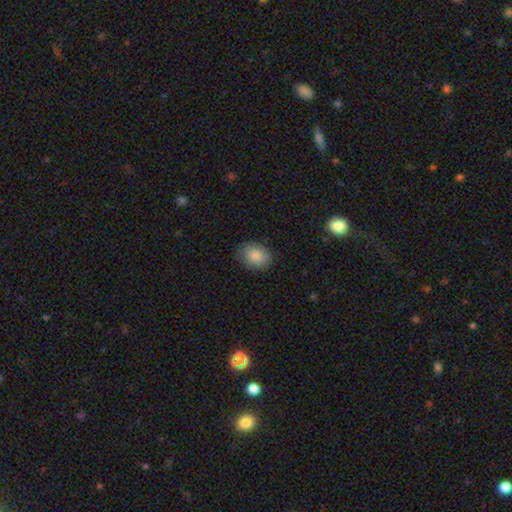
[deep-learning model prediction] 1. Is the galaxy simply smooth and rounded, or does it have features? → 87% smooth, 7% star or artifact, 6% featured or disk.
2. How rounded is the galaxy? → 63% in between, 36% round, 1% cigar-shaped.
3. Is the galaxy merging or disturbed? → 84% none, 12% minor disturbance, 3% major disturbance, 1% merger.